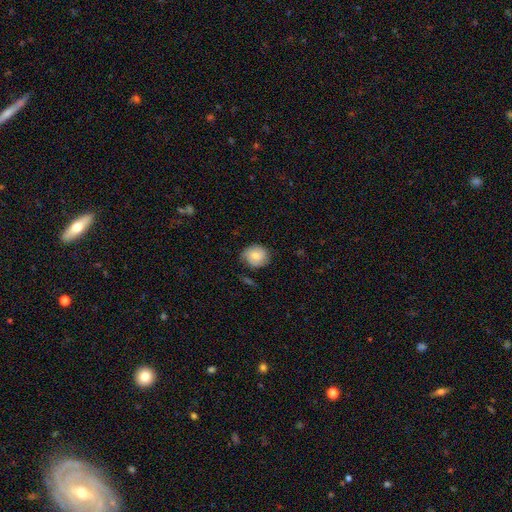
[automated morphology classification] Smooth or featured: smooth — 61% (featured or disk — 32%)
How rounded: round — 73% (in between — 26%)
Merging: none — 68% (minor disturbance — 24%)